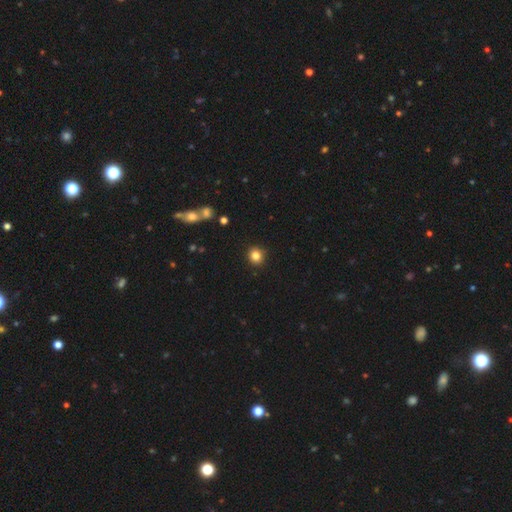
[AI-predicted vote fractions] Morphology: type=smooth (84%); roundness=round (86%); merging=none (91%).